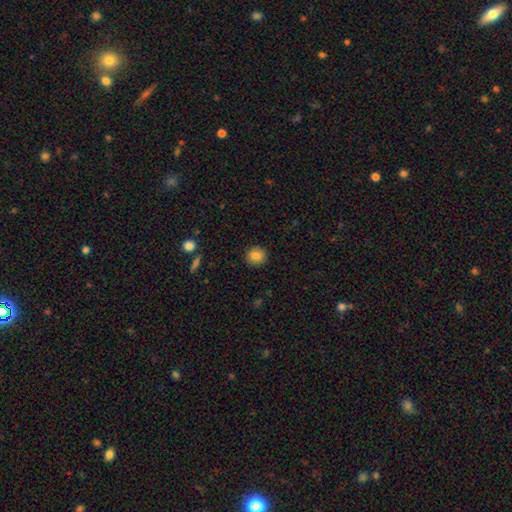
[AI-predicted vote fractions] Morphology: type=smooth (85%); roundness=round (89%); merging=none (91%).